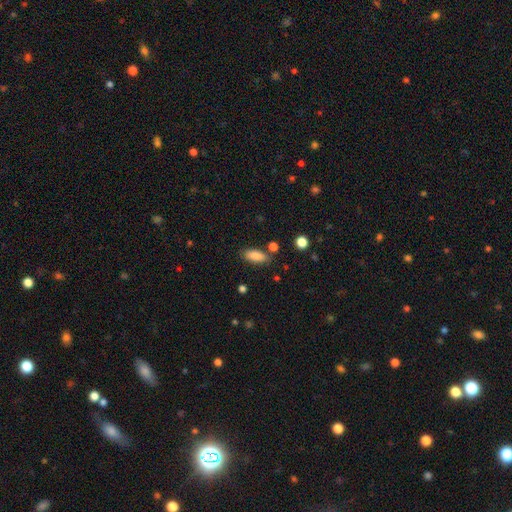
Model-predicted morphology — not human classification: type=smooth (87%); roundness=in between (82%); merging=none (80%).